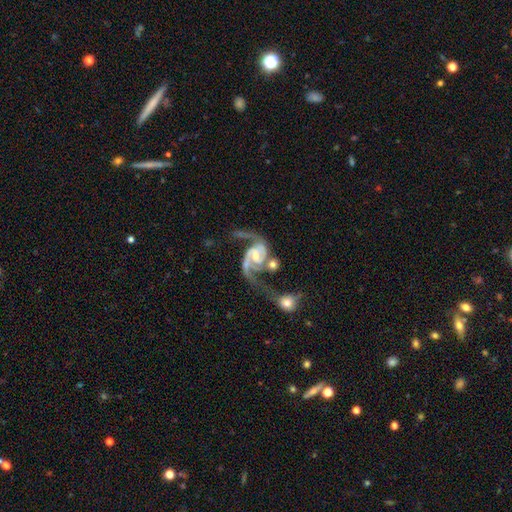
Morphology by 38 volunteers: featured or disk 92%, star or artifact 5%, smooth 3%. Down the decision tree: edge-on disk — no (100%); bar — no (49%); spiral arms — yes (100%); spiral arm count — 2 (77%); spiral winding — medium (51%); bulge size — moderate (51%); merging — major disturbance (39%).